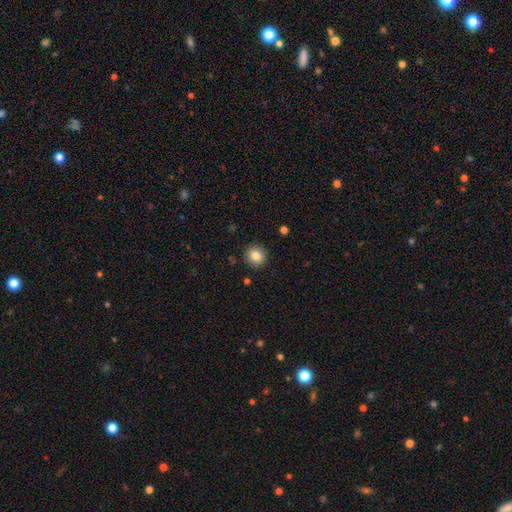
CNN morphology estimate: The model was most divided on "how rounded": round: 87%, in between: 13%, cigar-shaped: 1%. More confident: merging — none (90%); smooth or featured — smooth (85%).